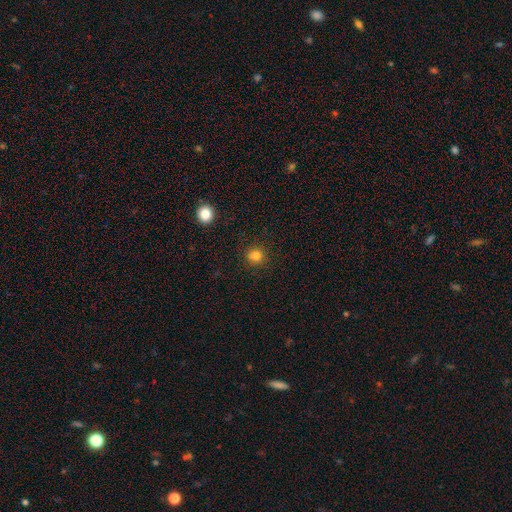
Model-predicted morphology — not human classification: This is clearly a smooth galaxy (82%). How rounded: clearly round (89%). Merging: clearly none (90%).